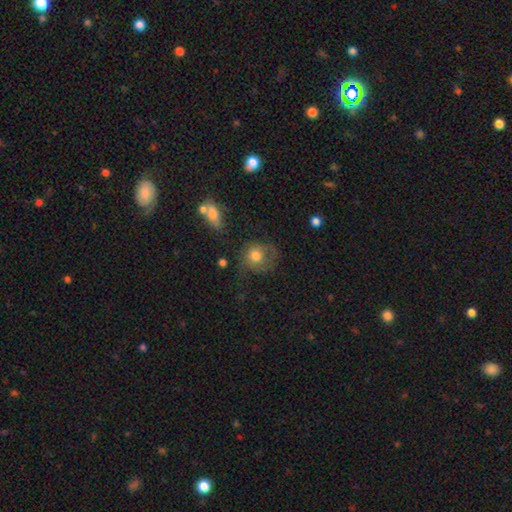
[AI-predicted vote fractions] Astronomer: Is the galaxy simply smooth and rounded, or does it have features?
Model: smooth — 69%.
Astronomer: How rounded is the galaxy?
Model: round — 77%.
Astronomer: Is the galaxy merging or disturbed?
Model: none — 47% (runner-up: minor disturbance, 25%).